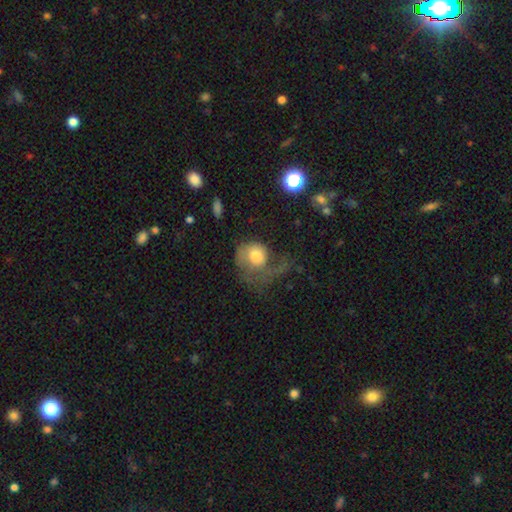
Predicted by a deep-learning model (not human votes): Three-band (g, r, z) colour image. It shows a smooth galaxy with no disk features (51%) that is round (69%). Merging: major disturbance (61%).